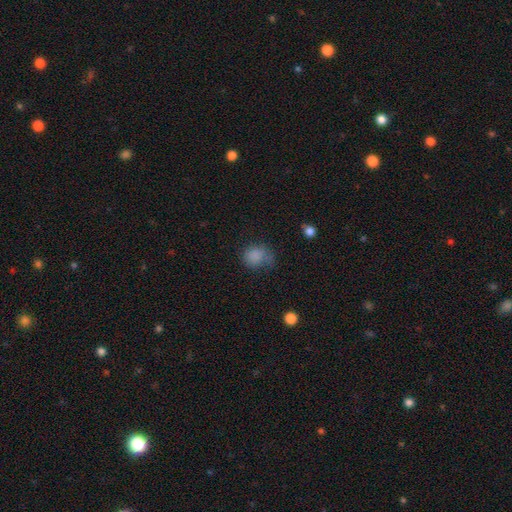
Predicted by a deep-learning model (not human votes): A smooth galaxy with no disk features (82%) that is round (68%).

Vote fractions:
- Smooth or featured? smooth: 82% / star or artifact: 12% / featured or disk: 6%
- How rounded? round: 68% / in between: 31% / cigar-shaped: 1%
- Merging? none: 55% / minor disturbance: 27% / major disturbance: 14% / merger: 4%